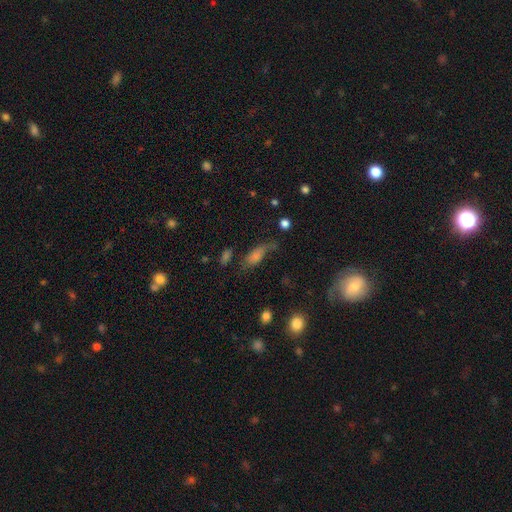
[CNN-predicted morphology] This is possibly a smooth galaxy (46%). Merging: possibly none (47%).